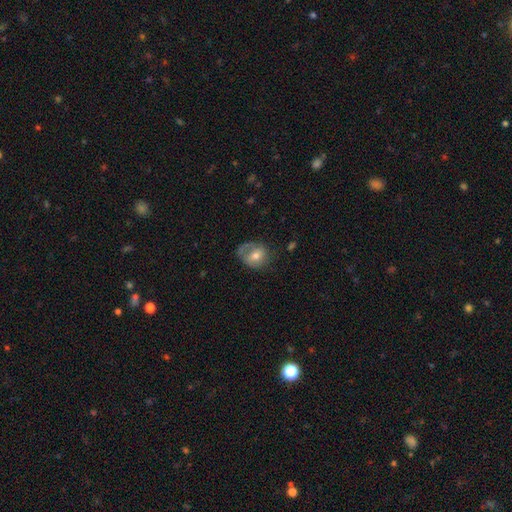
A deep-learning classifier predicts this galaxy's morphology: The model was most divided on "how rounded": round: 54%, in between: 45%, cigar-shaped: 1%. Remaining: smooth or featured — smooth (55%); merging — none (43%).